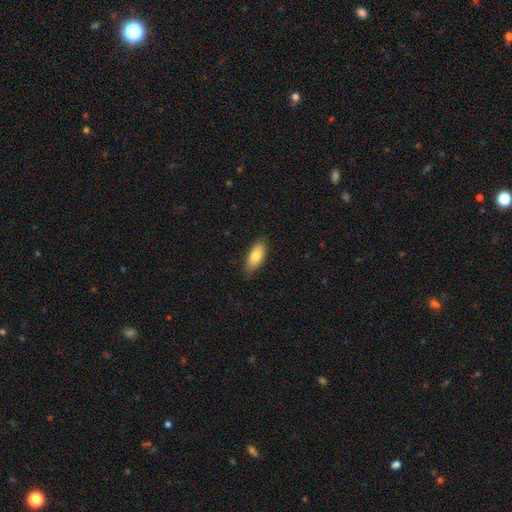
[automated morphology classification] Smooth or featured? Predicted: smooth (p=0.79). How rounded? Predicted: in between (p=0.81). Merging? Predicted: none (p=0.82).